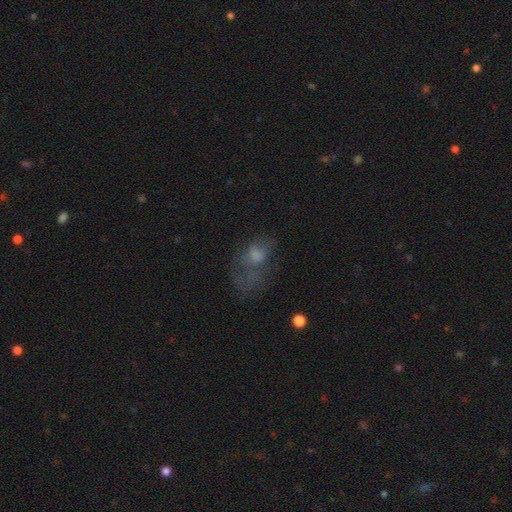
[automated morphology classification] Q: Smooth or featured?
A: smooth (50%); runner-up: featured or disk (34%)
Q: How rounded?
A: in between (75%); runner-up: round (22%)
Q: Merging?
A: major disturbance (51%); runner-up: none (26%)